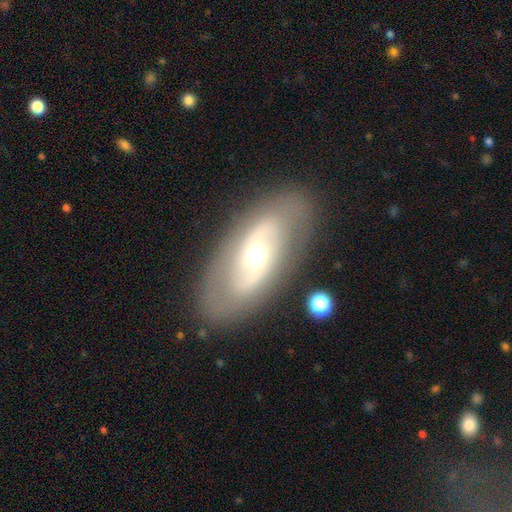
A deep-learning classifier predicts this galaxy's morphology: This appears to be a featured or disk galaxy (69%) with no bar (53%), spiral arms (56%) and a moderate central bulge (56%). Merging: none (83%).